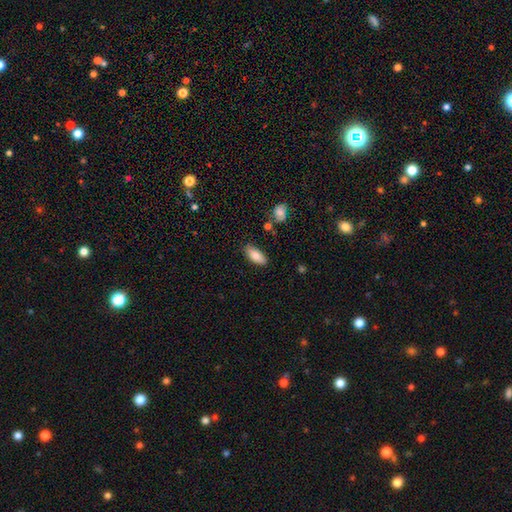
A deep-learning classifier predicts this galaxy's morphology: A smooth galaxy with no disk features (85%) that is in between round and cigar-shaped (84%). Merging: none (79%).